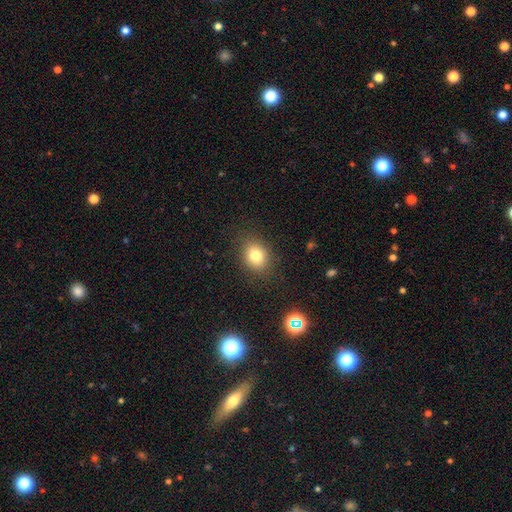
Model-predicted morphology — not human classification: Smooth or featured: smooth — 79% (star or artifact — 12%)
How rounded: round — 59% (in between — 40%)
Merging: none — 86% (minor disturbance — 10%)